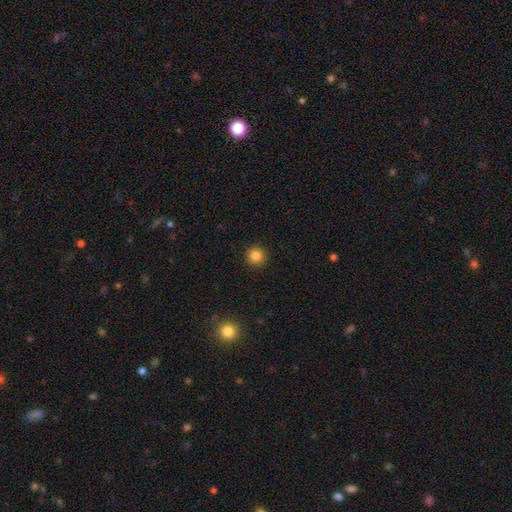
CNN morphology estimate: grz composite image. It shows a smooth galaxy with no disk features (84%) that is round (95%). Merging: none (93%).